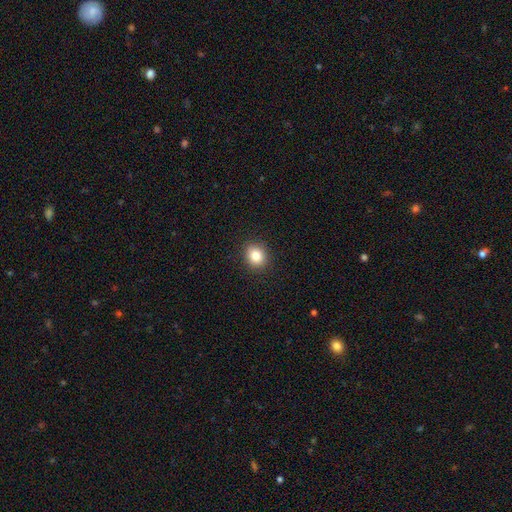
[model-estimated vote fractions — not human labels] Smooth or featured?
  - smooth: 85% *
  - star or artifact: 10%
  - featured or disk: 5%
How rounded?
  - round: 68% *
  - in between: 32%
  - cigar-shaped: 1%
Merging?
  - none: 90% *
  - minor disturbance: 7%
  - major disturbance: 2%
  - merger: 1%